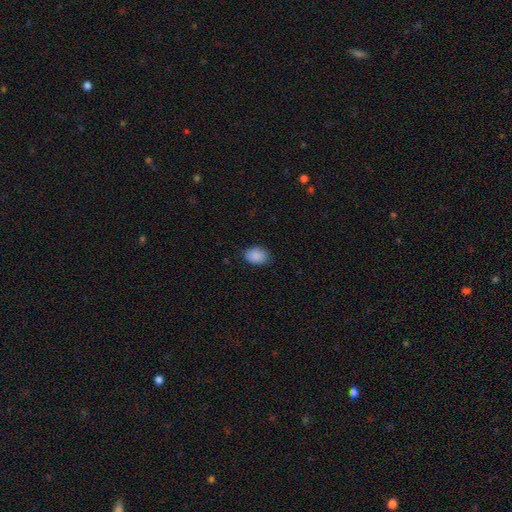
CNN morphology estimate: A smooth galaxy with no disk features (89%) that is in between round and cigar-shaped (75%). Merging: none (82%).